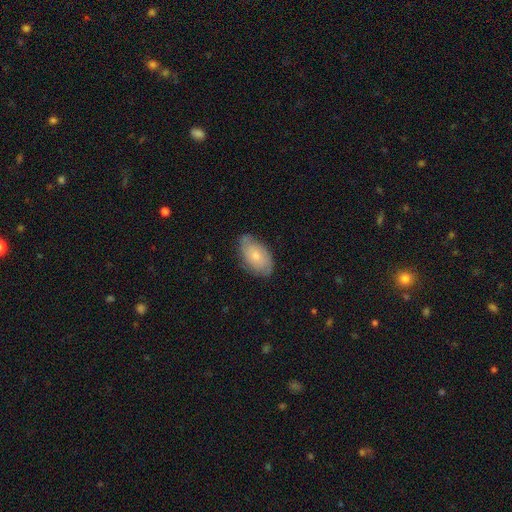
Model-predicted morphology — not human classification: A smooth galaxy with no disk features (62%) that is in between round and cigar-shaped (93%). Merging: none (72%).